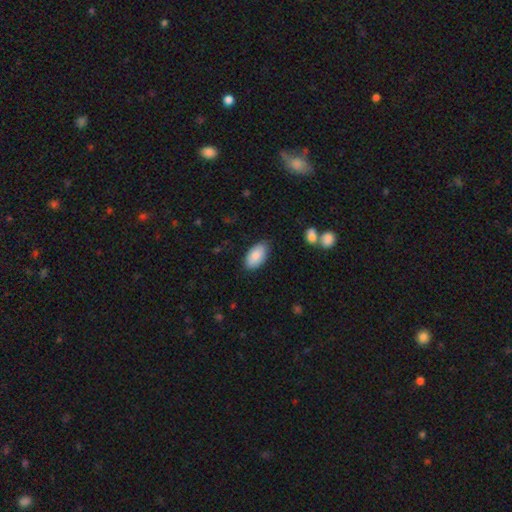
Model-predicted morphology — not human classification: Smooth or featured? Predicted: smooth (p=0.87). How rounded? Predicted: in between (p=0.95). Merging? Predicted: none (p=0.82).